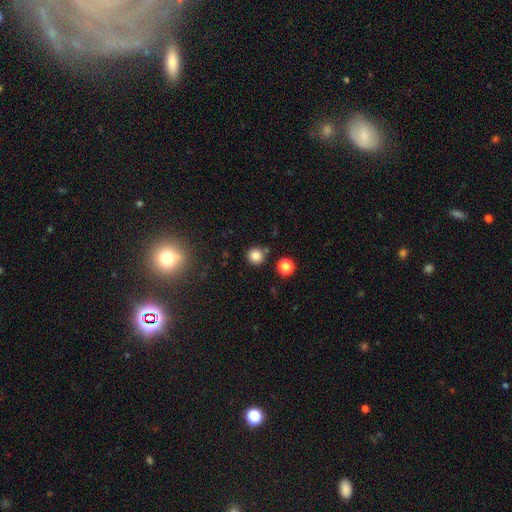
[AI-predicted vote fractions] The model was most divided on "smooth or featured": smooth: 83%, star or artifact: 12%, featured or disk: 5%. More confident: how rounded — round (93%); merging — none (83%).